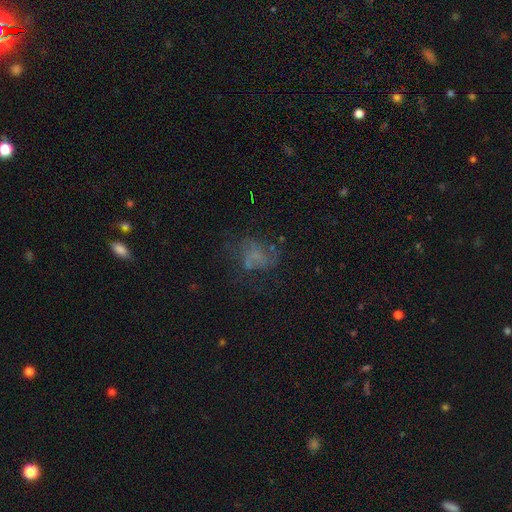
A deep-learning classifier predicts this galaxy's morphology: Q: Smooth or featured?
A: featured or disk (40%); runner-up: smooth (39%)
Q: Merging?
A: none (45%); runner-up: major disturbance (30%)